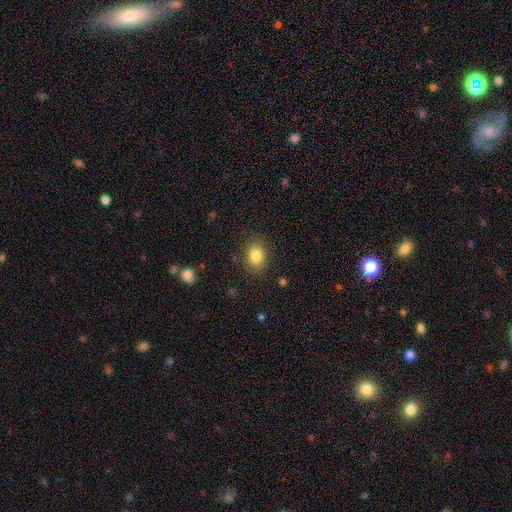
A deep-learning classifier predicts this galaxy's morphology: Smooth or featured: smooth — 84% (star or artifact — 9%)
How rounded: in between — 65% (round — 34%)
Merging: none — 86% (minor disturbance — 10%)